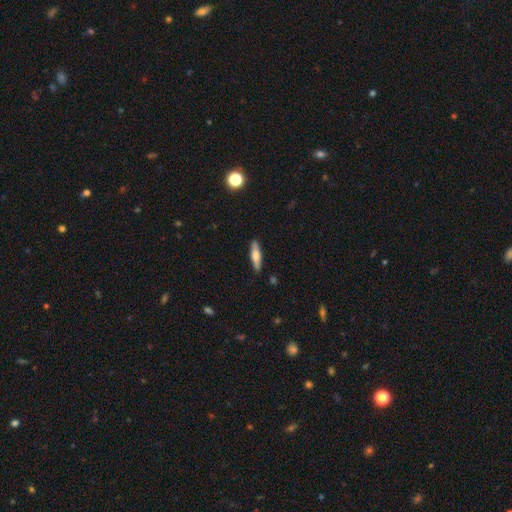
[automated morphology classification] A smooth galaxy with no disk features (57%) that is cigar-shaped (68%). Merging: none (88%).